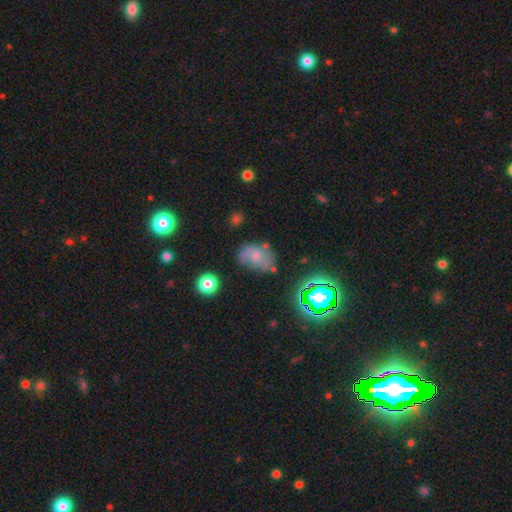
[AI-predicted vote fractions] A smooth galaxy with no disk features (44%). Merging: none (54%).